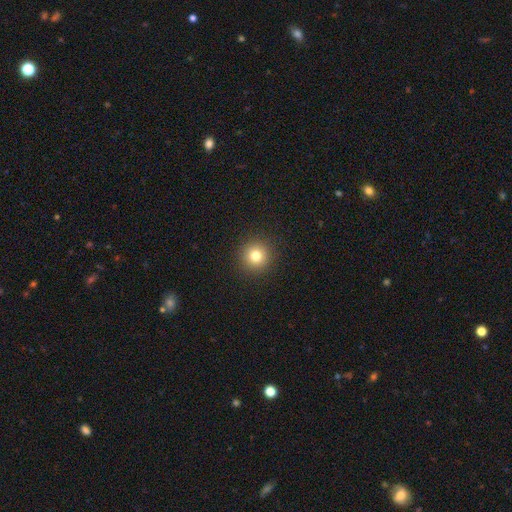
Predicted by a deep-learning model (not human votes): Morphology: type=smooth (79%); roundness=round (95%); merging=none (92%).